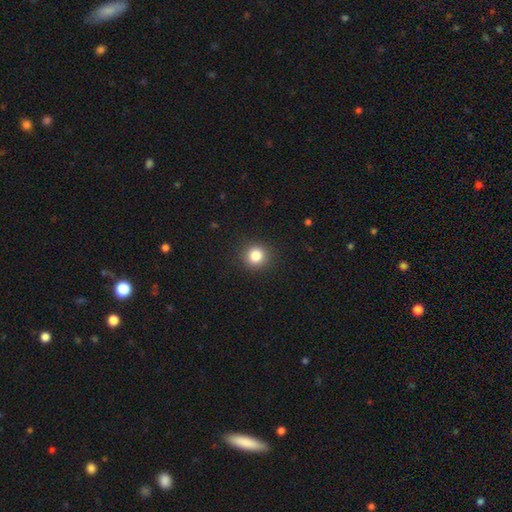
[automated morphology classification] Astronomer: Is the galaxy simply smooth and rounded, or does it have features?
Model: smooth — 84%.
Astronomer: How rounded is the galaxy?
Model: round — 92%.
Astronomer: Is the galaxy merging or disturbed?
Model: none — 91%.